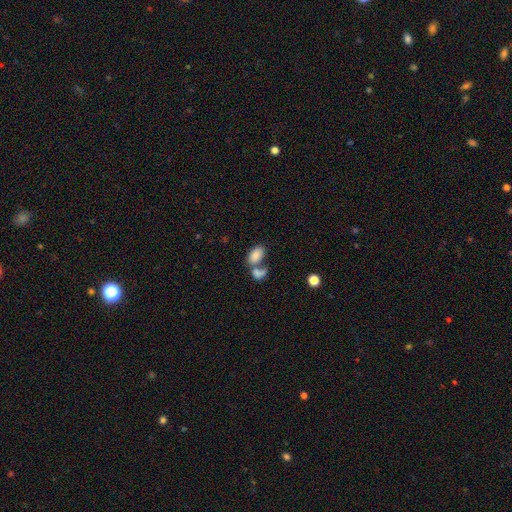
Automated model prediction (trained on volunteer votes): Smooth or featured?
  - smooth: 82% *
  - featured or disk: 11%
  - star or artifact: 8%
How rounded?
  - in between: 93% *
  - round: 5%
  - cigar-shaped: 2%
Merging?
  - merger: 56% *
  - none: 29%
  - minor disturbance: 8%
  - major disturbance: 6%